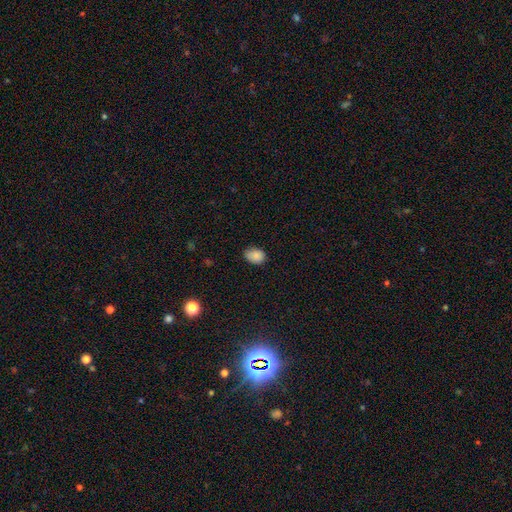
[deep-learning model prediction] Smooth or featured? Predicted: smooth (p=0.86). How rounded? Predicted: in between (p=0.73). Merging? Predicted: none (p=0.73).